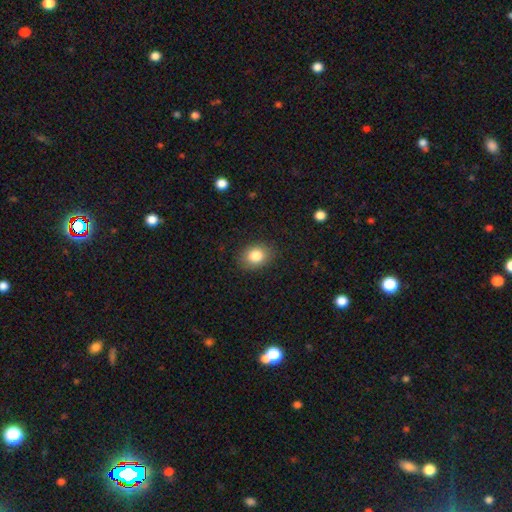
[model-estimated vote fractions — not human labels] This is clearly a smooth galaxy (84%). How rounded: likely in between (61%). Merging: clearly none (86%).